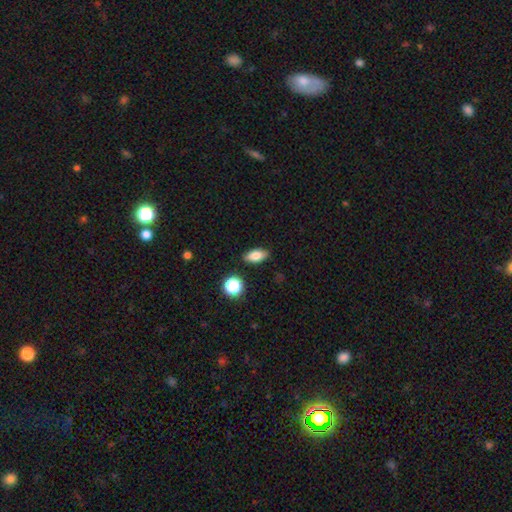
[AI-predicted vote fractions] Smooth or featured: smooth — 79% (featured or disk — 11%)
How rounded: in between — 84% (cigar-shaped — 8%)
Merging: none — 86% (minor disturbance — 9%)